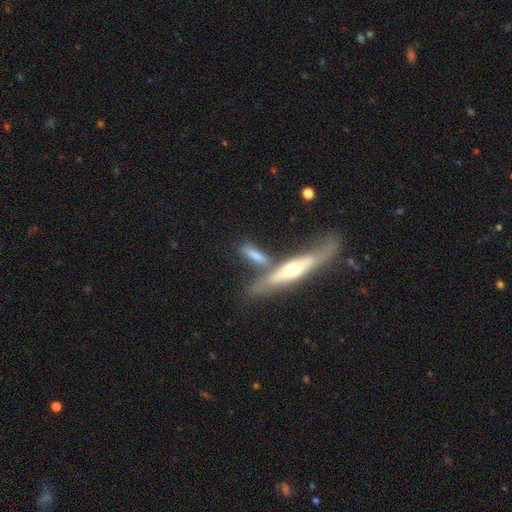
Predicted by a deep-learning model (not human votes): This is possibly a smooth galaxy (59%). How rounded: likely cigar-shaped (65%). Merging: possibly none (48%).